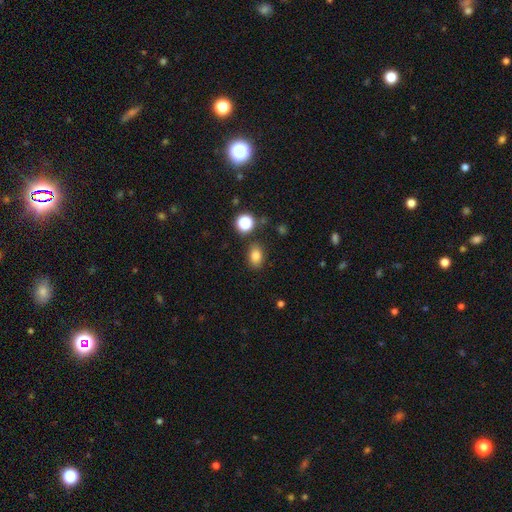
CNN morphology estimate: type=smooth (81%); roundness=in between (76%); merging=none (83%).